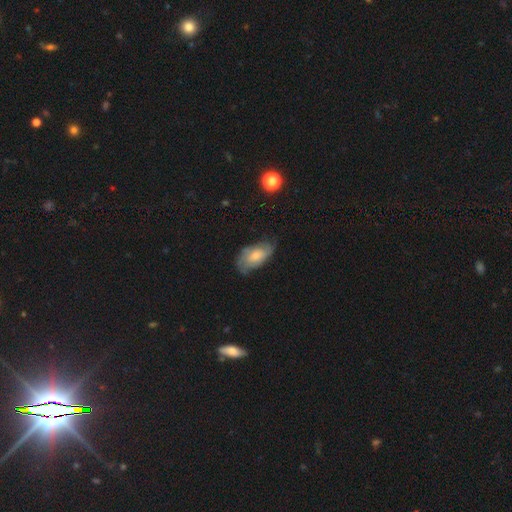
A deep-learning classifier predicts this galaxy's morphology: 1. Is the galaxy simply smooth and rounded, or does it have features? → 53% smooth, 39% featured or disk, 7% star or artifact.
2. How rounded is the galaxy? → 92% in between, 5% round, 4% cigar-shaped.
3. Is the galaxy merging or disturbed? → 56% none, 32% minor disturbance, 11% major disturbance, 2% merger.